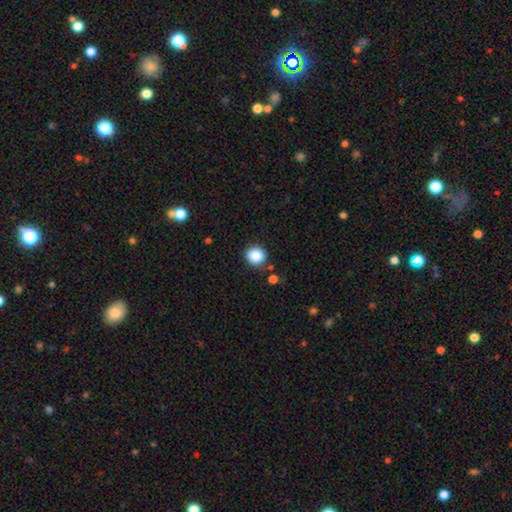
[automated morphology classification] A smooth galaxy with no disk features (87%) that is round (88%).

Vote fractions:
- Smooth or featured? smooth: 87% / star or artifact: 10% / featured or disk: 4%
- How rounded? round: 88% / in between: 11% / cigar-shaped: 1%
- Merging? none: 85% / minor disturbance: 9% / merger: 4% / major disturbance: 3%